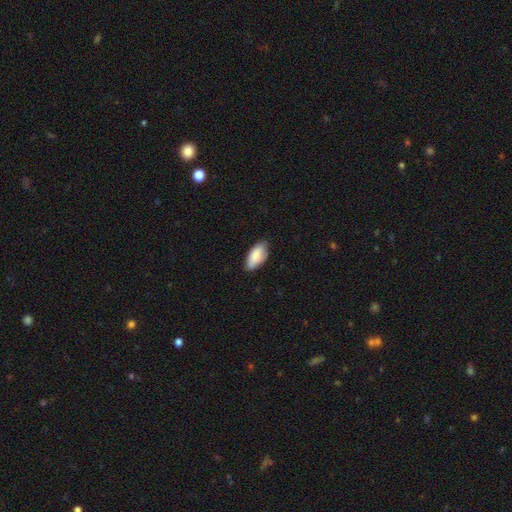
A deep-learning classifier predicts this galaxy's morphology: Q: Smooth or featured?
A: smooth (85%); runner-up: featured or disk (9%)
Q: How rounded?
A: in between (90%); runner-up: cigar-shaped (8%)
Q: Merging?
A: none (74%); runner-up: minor disturbance (22%)